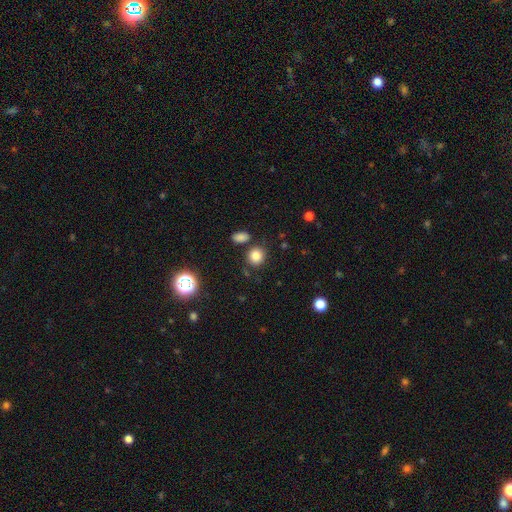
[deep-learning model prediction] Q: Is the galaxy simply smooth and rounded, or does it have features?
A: smooth — 83%.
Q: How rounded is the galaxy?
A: round — 78%.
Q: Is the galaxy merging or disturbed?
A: none — 79%.